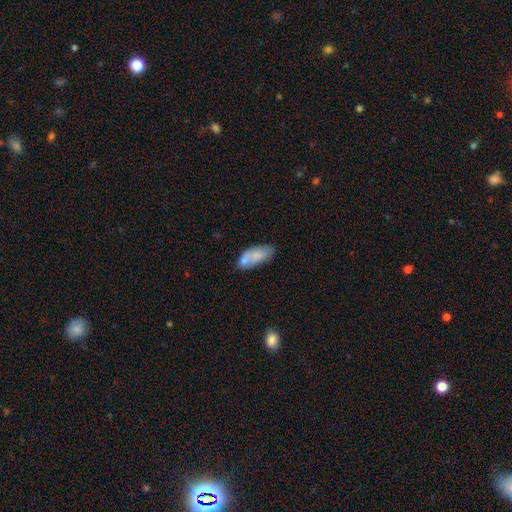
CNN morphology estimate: Smooth or featured? Predicted: smooth (p=0.73). How rounded? Predicted: in between (p=0.87). Merging? Predicted: none (p=0.50).